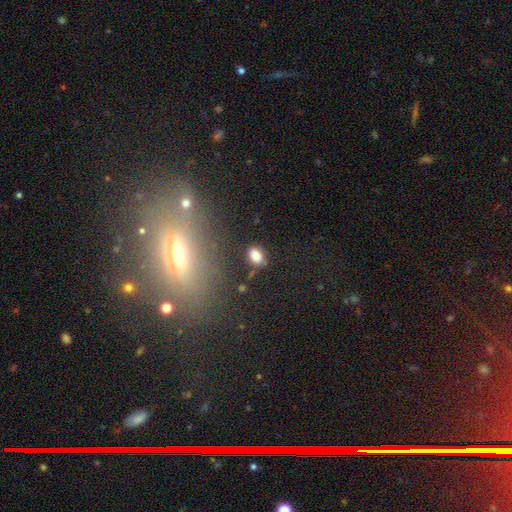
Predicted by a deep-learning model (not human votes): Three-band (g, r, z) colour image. It shows a smooth galaxy with no disk features (79%) that is in between round and cigar-shaped (78%). Merging: none (67%).